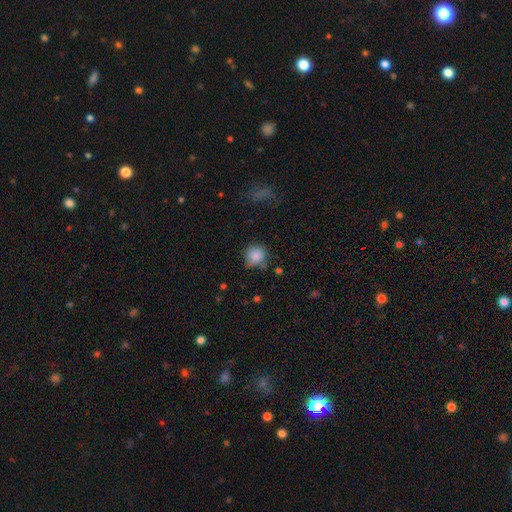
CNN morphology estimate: Smooth or featured? Predicted: smooth (p=0.85). How rounded? Predicted: round (p=0.84). Merging? Predicted: none (p=0.63).